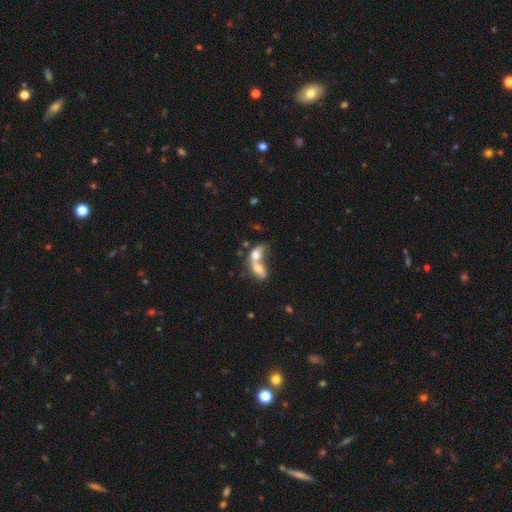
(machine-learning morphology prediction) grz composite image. It shows a smooth galaxy with no disk features (64%) that is in between round and cigar-shaped (78%). Merging: merger (83%).